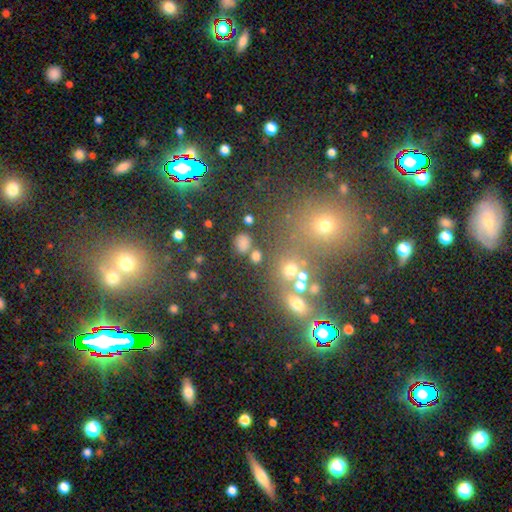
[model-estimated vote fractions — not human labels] A smooth galaxy with no disk features (67%) that is round (62%). Merging: none (70%).